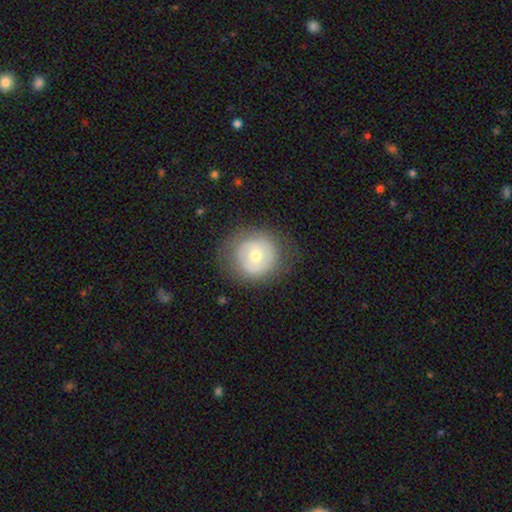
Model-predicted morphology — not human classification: Q: Smooth or featured?
A: smooth (49%); runner-up: featured or disk (43%)
Q: Merging?
A: none (78%); runner-up: minor disturbance (14%)